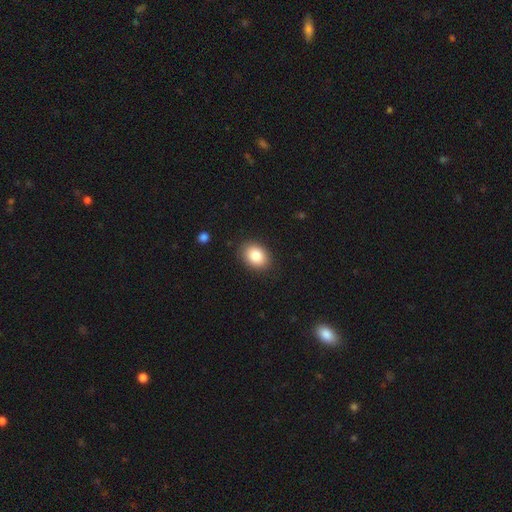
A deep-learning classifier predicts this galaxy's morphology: Smooth or featured: smooth — 85% (star or artifact — 8%)
How rounded: in between — 69% (round — 30%)
Merging: none — 87% (minor disturbance — 9%)